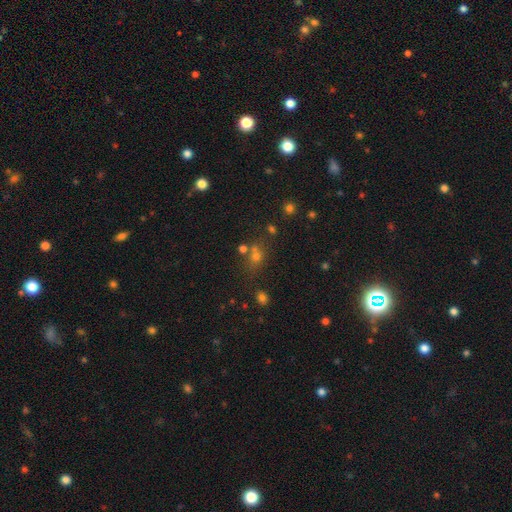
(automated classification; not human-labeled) A smooth galaxy with no disk features (51%) that is round (66%). Merging: none (59%).